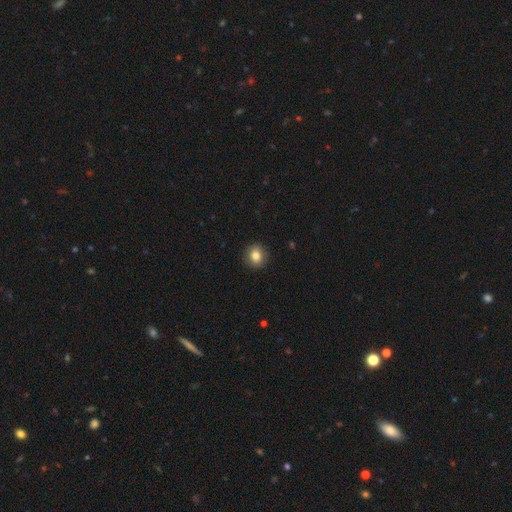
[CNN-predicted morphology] This appears to be a smooth galaxy with no disk features (83%) that is round (83%). Merging: none (90%).